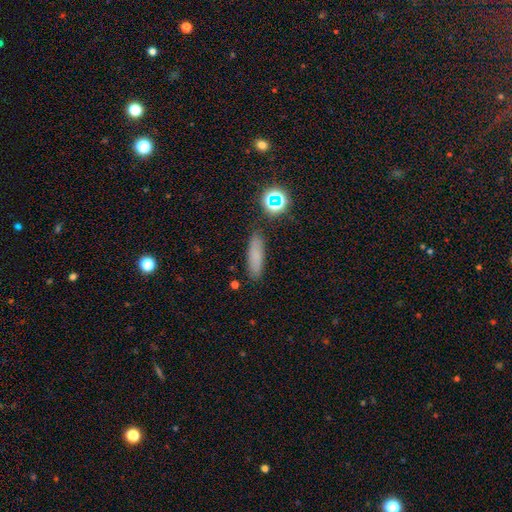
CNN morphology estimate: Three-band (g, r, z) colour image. It shows a smooth galaxy with no disk features (76%) that is cigar-shaped (58%). Merging: none (84%).